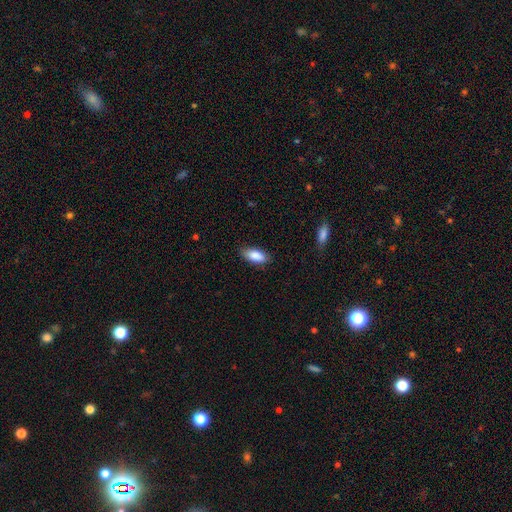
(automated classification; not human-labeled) The model was most divided on "merging": none: 82%, minor disturbance: 14%, major disturbance: 3%, merger: 1%. More confident: smooth or featured — smooth (88%); how rounded — in between (86%).